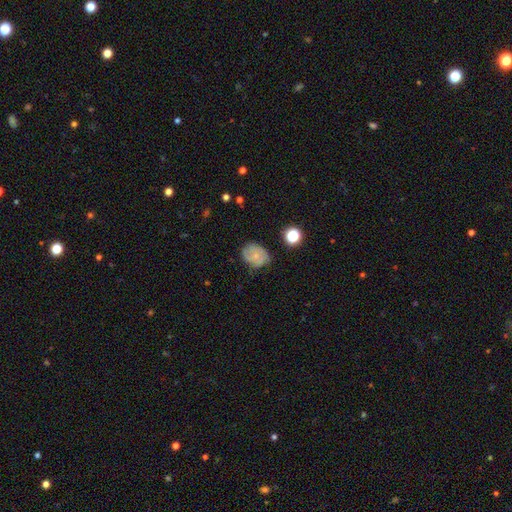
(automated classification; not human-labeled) Smooth or featured?
  - featured or disk: 50% *
  - smooth: 39%
  - star or artifact: 10%
Edge-on disk?
  - no: 97% *
  - yes: 3%
Merging?
  - none: 64% *
  - minor disturbance: 26%
  - major disturbance: 8%
  - merger: 2%